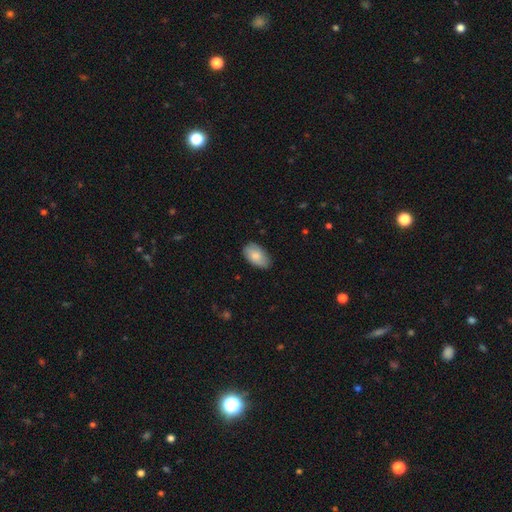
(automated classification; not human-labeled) This is clearly a smooth galaxy (81%). How rounded: clearly in between (94%). Merging: likely none (77%).